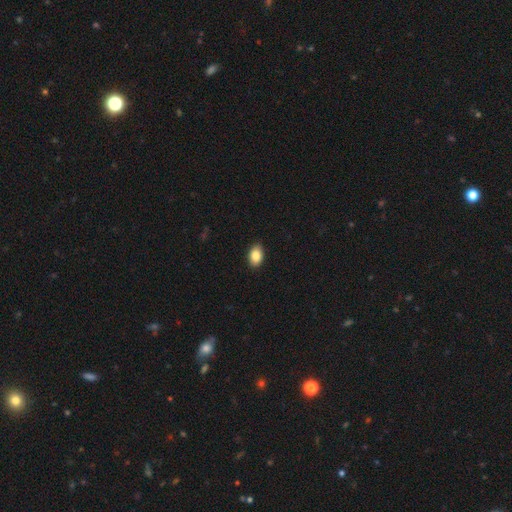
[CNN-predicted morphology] This appears to be a smooth galaxy with no disk features (86%) that is in between round and cigar-shaped (88%). Merging: none (89%).